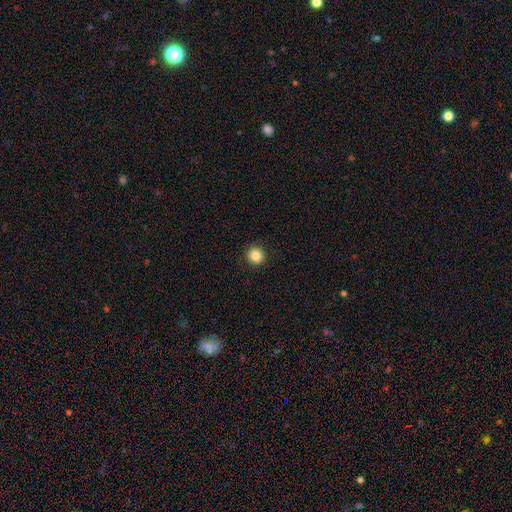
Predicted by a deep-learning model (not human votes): The model was most divided on "smooth or featured": smooth: 84%, star or artifact: 11%, featured or disk: 5%. More confident: how rounded — round (94%); merging — none (92%).